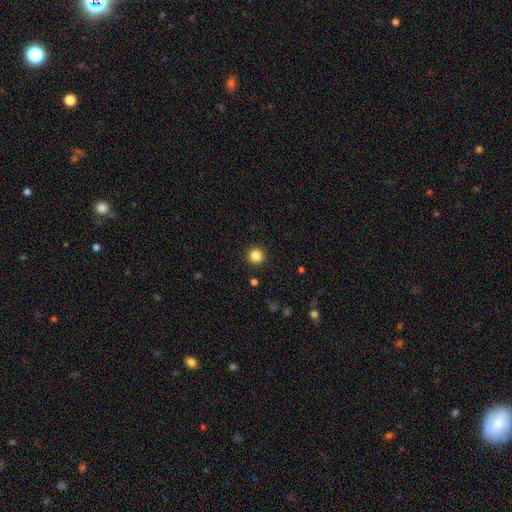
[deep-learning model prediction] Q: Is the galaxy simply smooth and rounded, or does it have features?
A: smooth — 85%.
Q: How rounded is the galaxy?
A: round — 96%.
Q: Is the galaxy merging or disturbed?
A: none — 93%.